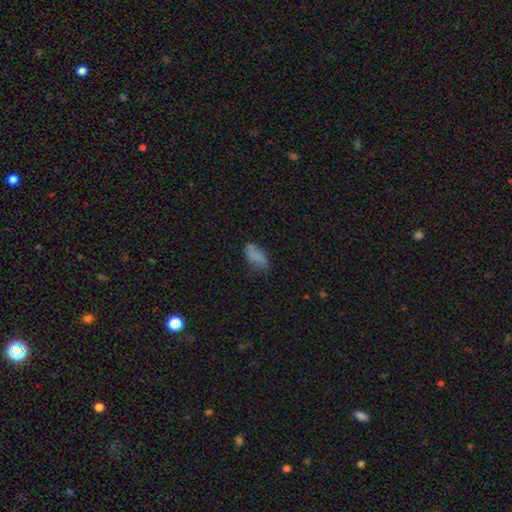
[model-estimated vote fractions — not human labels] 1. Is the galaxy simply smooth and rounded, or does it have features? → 78% smooth, 11% featured or disk, 10% star or artifact.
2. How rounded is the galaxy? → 90% in between, 7% cigar-shaped, 3% round.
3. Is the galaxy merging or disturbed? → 54% none, 33% minor disturbance, 11% major disturbance, 3% merger.